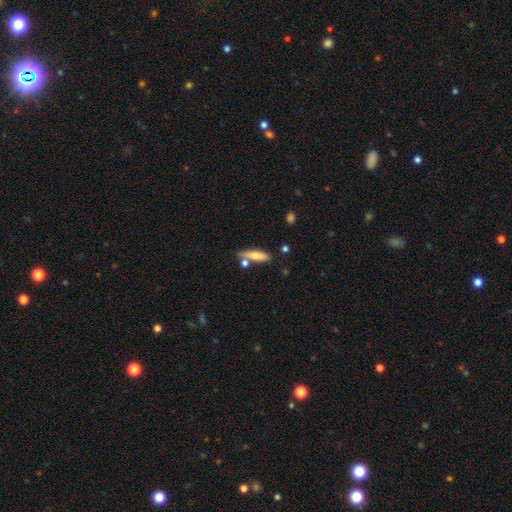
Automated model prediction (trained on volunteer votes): Smooth or featured: smooth — 69% (featured or disk — 24%)
How rounded: cigar-shaped — 71% (in between — 26%)
Merging: none — 69% (minor disturbance — 14%)